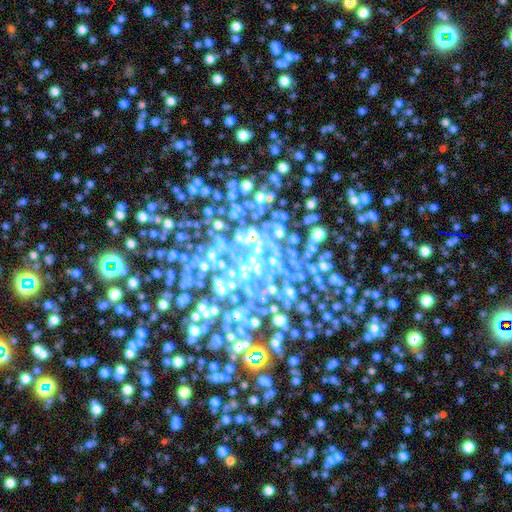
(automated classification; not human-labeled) Smooth or featured? Predicted: star or artifact (p=0.67).